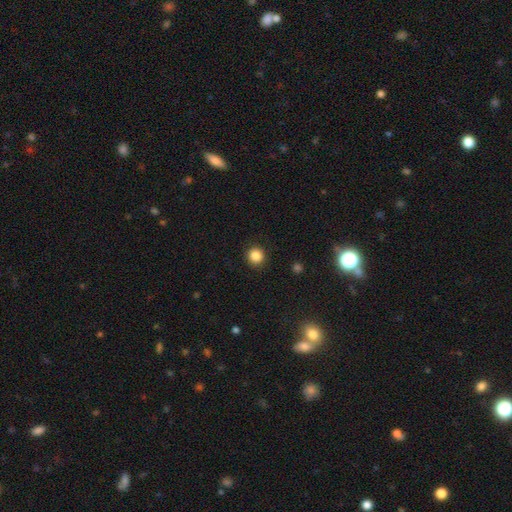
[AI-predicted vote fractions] A smooth galaxy with no disk features (86%) that is round (92%). Merging: none (91%).